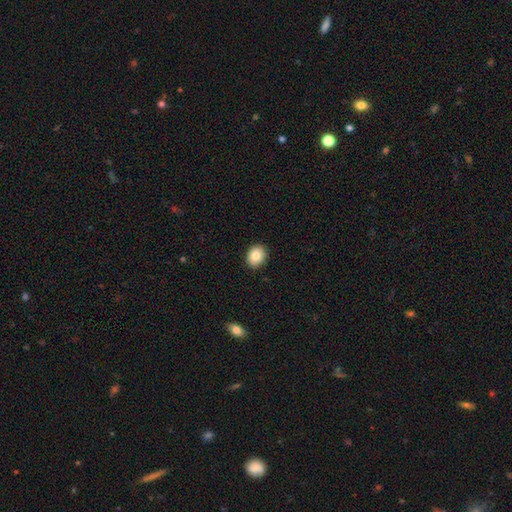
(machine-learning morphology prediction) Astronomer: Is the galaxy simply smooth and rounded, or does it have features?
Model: smooth — 84%.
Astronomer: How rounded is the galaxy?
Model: round — 54% (runner-up: in between, 45%).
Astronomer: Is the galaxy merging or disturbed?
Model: none — 89%.